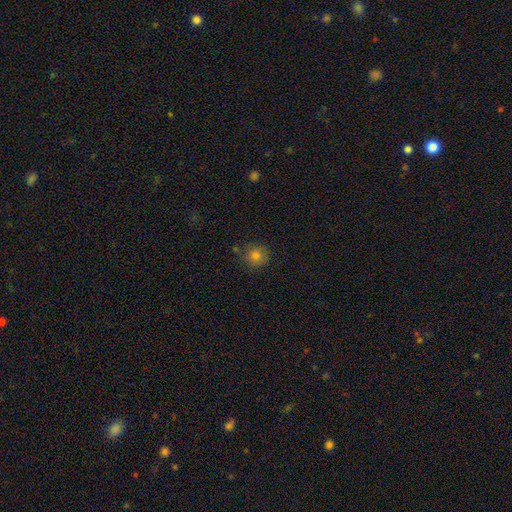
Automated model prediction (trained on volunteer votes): smooth-or-featured: smooth: 78% | star or artifact: 14% | featured or disk: 8%
  how-rounded: round: 92% | in between: 7% | cigar-shaped: 1%
  merging: none: 82% | minor disturbance: 12% | merger: 3% | major disturbance: 3%